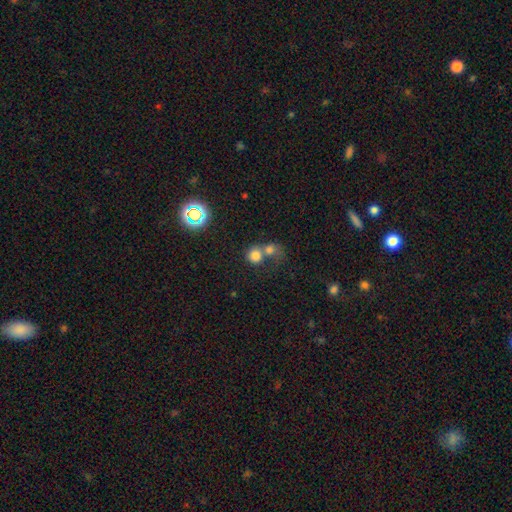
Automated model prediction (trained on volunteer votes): Smooth or featured? Predicted: smooth (p=0.74). How rounded? Predicted: round (p=0.83). Merging? Predicted: merger (p=0.53).